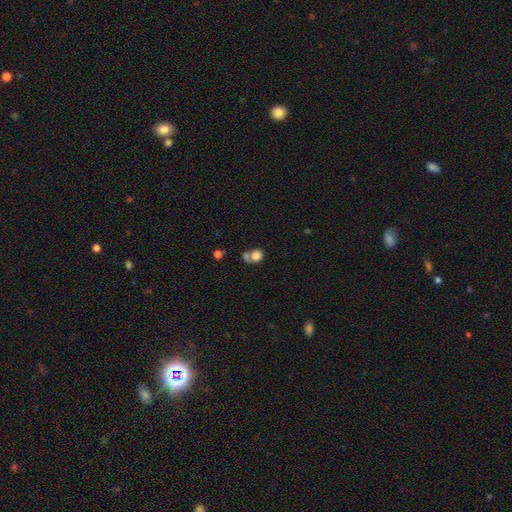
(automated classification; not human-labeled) This is likely a smooth galaxy (79%). How rounded: likely round (66%). Merging: possibly merger (47%).